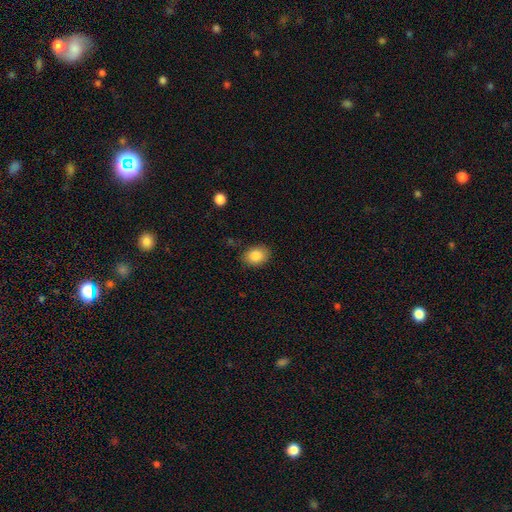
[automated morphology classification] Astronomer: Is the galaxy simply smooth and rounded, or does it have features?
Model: smooth — 85%.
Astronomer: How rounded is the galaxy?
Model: in between — 61% (runner-up: round, 38%).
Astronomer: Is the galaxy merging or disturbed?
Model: none — 85%.